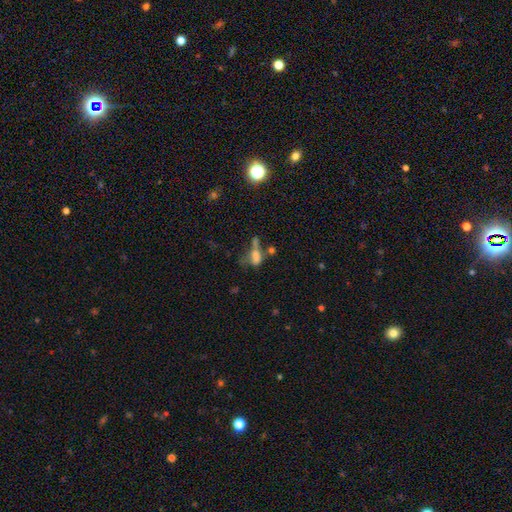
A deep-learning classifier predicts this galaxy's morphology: Smooth or featured?
  - smooth: 55% *
  - featured or disk: 27%
  - star or artifact: 18%
How rounded?
  - in between: 70% *
  - cigar-shaped: 19%
  - round: 11%
Merging?
  - major disturbance: 32% *
  - merger: 31%
  - none: 22%
  - minor disturbance: 16%